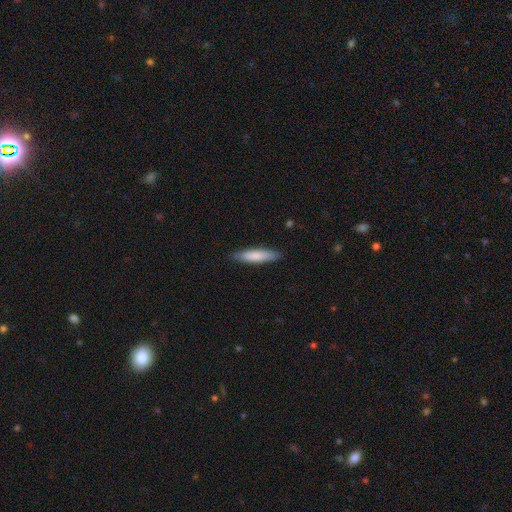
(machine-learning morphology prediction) Smooth or featured? smooth (82%)
How rounded? cigar-shaped (79%)
Merging? none (87%)